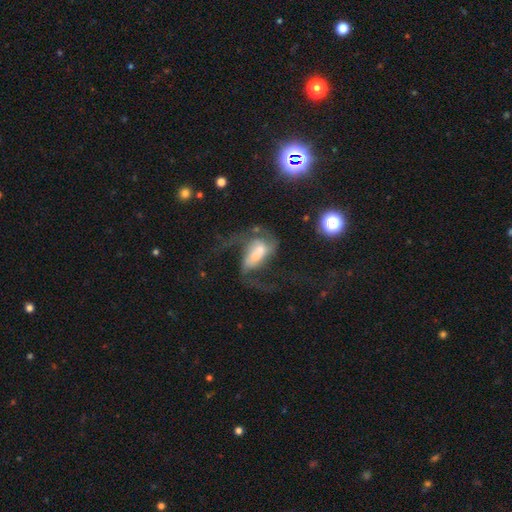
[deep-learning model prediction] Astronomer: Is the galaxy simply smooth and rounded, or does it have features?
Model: featured or disk — 74%.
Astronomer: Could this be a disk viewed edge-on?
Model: no — 96%.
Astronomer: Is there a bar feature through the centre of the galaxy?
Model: no — 48% (runner-up: weak, 33%).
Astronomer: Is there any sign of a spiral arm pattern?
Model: yes — 86%.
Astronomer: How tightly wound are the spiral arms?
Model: loose — 63%.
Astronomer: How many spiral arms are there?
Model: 2 — 74%.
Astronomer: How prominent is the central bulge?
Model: small — 43% (runner-up: moderate, 39%).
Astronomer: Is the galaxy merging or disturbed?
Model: merger — 44% (runner-up: none, 25%).